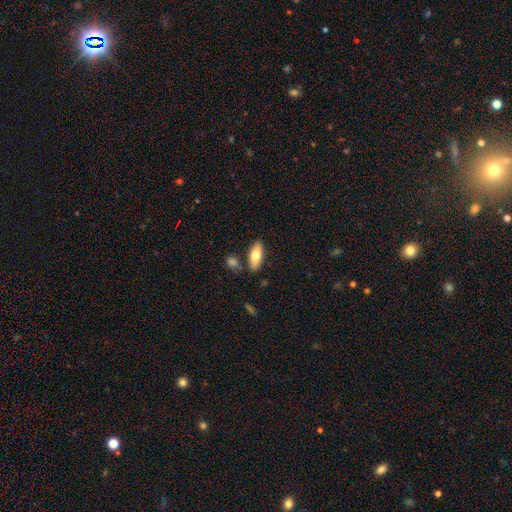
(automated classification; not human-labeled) This is likely a smooth galaxy (73%). How rounded: likely in between (80%). Merging: clearly none (82%).